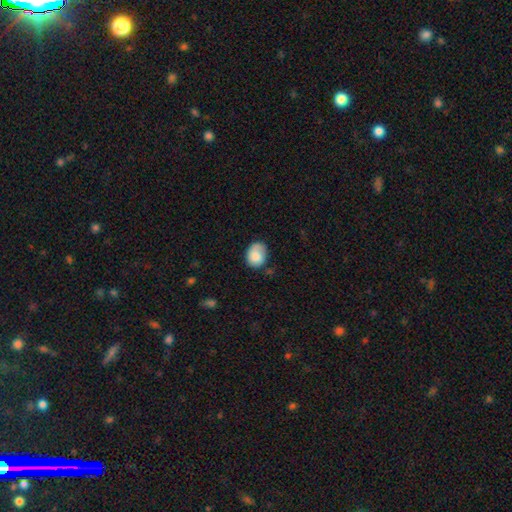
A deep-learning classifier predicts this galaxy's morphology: Smooth or featured? Predicted: smooth (p=0.78). How rounded? Predicted: in between (p=0.55). Merging? Predicted: none (p=0.58).